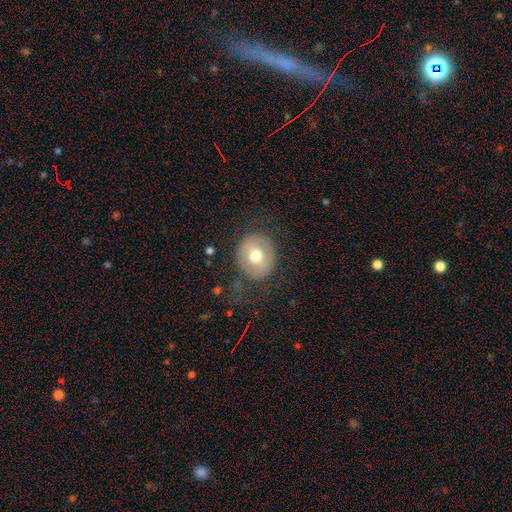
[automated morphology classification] Overall: smooth (64%; featured or disk 28%). How rounded: round (72%). Merging: none (77%).